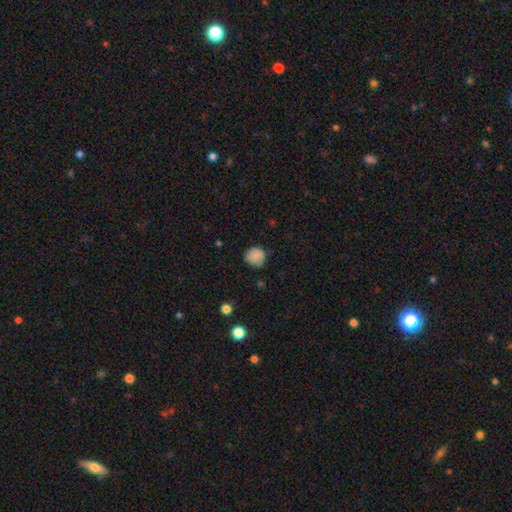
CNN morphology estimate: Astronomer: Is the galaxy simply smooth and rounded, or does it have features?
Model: smooth — 83%.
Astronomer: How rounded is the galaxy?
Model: round — 84%.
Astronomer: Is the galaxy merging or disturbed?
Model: none — 70%.